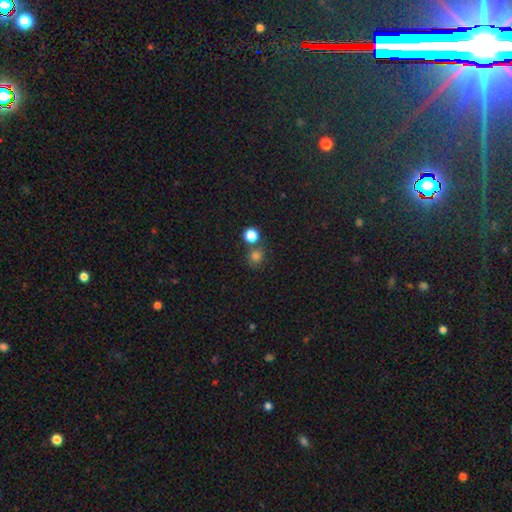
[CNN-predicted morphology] The model was most divided on "merging": none: 67%, merger: 21%, minor disturbance: 9%, major disturbance: 4%. More confident: how rounded — round (84%); smooth or featured — smooth (77%).